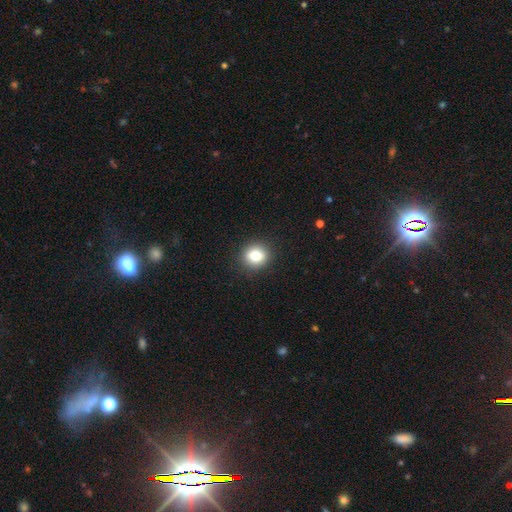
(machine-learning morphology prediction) This is clearly a smooth galaxy (81%). How rounded: likely round (79%). Merging: clearly none (91%).